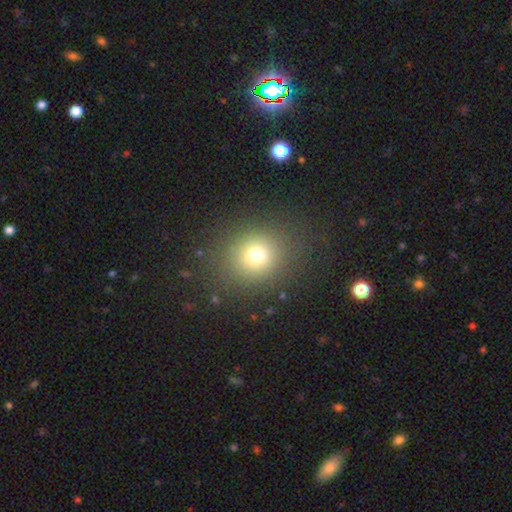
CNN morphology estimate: smooth-or-featured: smooth: 72% | star or artifact: 18% | featured or disk: 10%
  how-rounded: round: 81% | in between: 18% | cigar-shaped: 1%
  merging: none: 85% | minor disturbance: 8% | major disturbance: 6% | merger: 2%